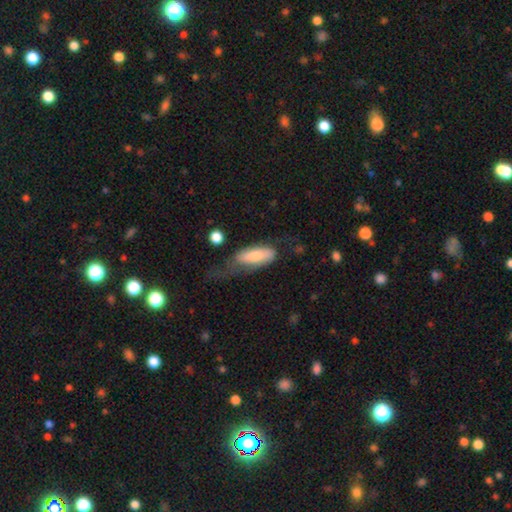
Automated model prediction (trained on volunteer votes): This appears to be a smooth galaxy with no disk features (71%) that is in between round and cigar-shaped (73%). Merging: major disturbance (37%).